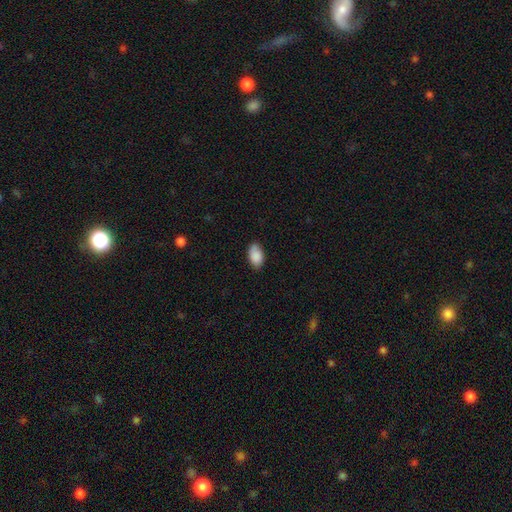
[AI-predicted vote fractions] A smooth galaxy with no disk features (89%) that is in between round and cigar-shaped (94%).

Vote fractions:
- Smooth or featured? smooth: 89% / star or artifact: 7% / featured or disk: 4%
- How rounded? in between: 94% / round: 4% / cigar-shaped: 2%
- Merging? none: 83% / minor disturbance: 13% / major disturbance: 2% / merger: 1%